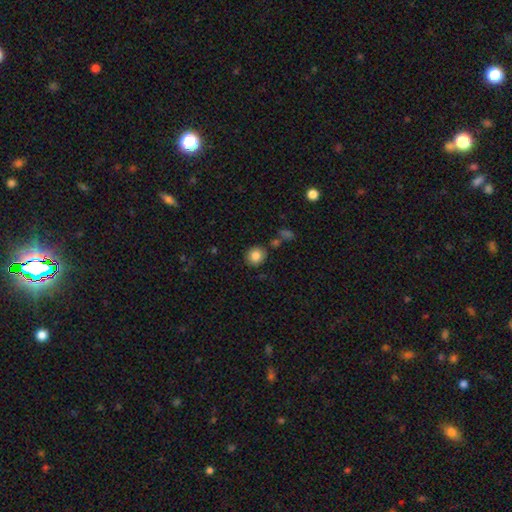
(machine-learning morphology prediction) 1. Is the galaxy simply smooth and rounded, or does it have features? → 83% smooth, 9% star or artifact, 7% featured or disk.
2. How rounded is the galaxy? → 81% round, 18% in between, 1% cigar-shaped.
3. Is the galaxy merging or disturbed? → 83% none, 10% minor disturbance, 5% merger, 3% major disturbance.